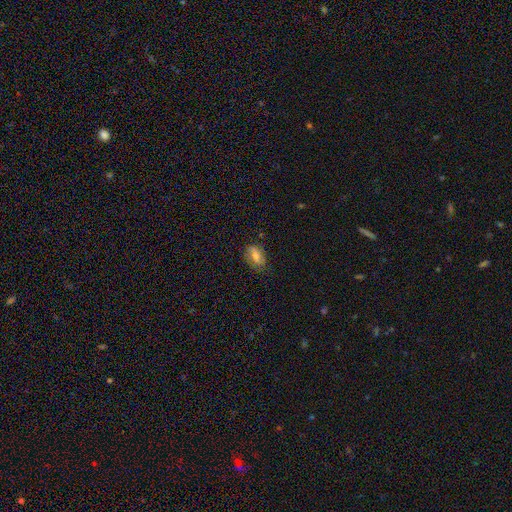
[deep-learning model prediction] A smooth galaxy with no disk features (52%) that is in between round and cigar-shaped (83%). Merging: none (74%).